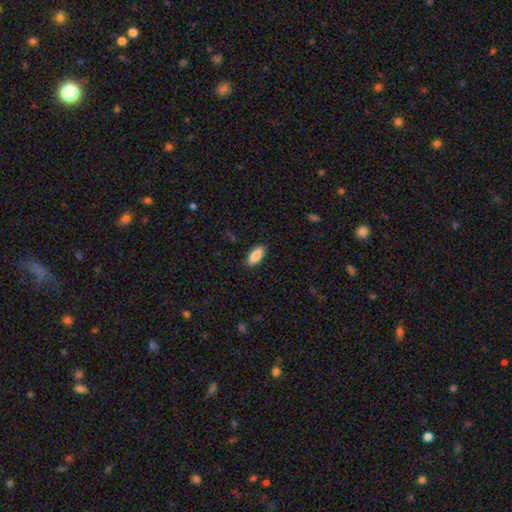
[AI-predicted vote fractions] The model was most divided on "merging": none: 88%, minor disturbance: 9%, major disturbance: 2%, merger: 1%. More confident: smooth or featured — smooth (89%); how rounded — in between (89%).